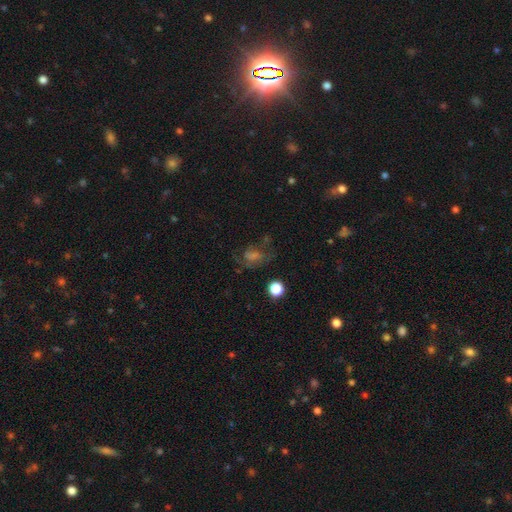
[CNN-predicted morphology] This appears to be a smooth galaxy with no disk features (37%). Merging: none (54%).